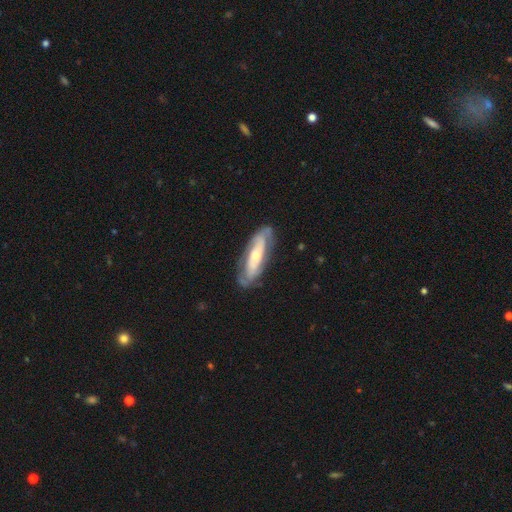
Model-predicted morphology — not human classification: type=featured or disk (68%); edge-on=no (76%); bar=no (61%); spiral arms=yes (75%); bulge=moderate (57%); merging=none (74%).